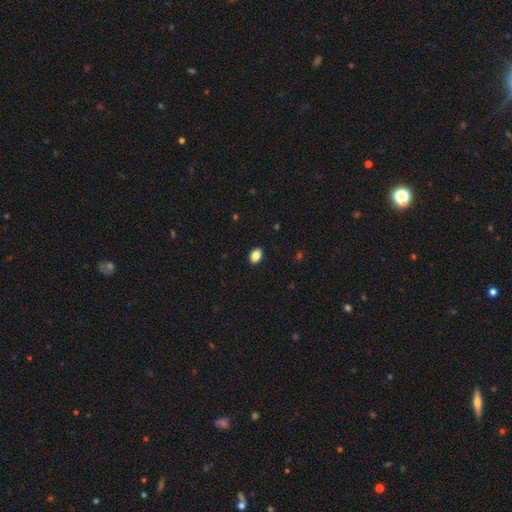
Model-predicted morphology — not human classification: Smooth or featured: smooth — 86% (star or artifact — 9%)
How rounded: in between — 79% (round — 20%)
Merging: none — 90% (minor disturbance — 8%)